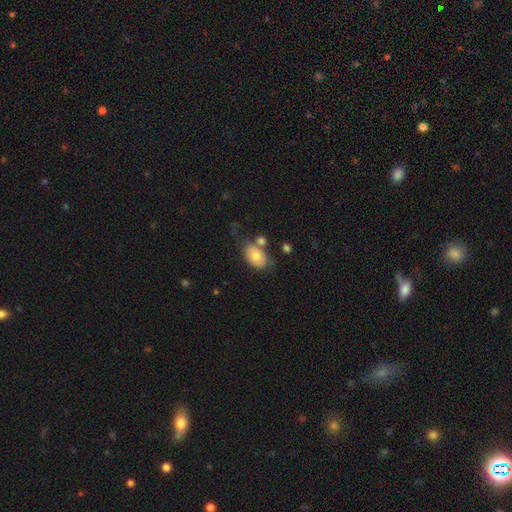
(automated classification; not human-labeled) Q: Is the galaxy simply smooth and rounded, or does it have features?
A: smooth — 73%.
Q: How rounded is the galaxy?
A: in between — 86%.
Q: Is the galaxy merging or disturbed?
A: none — 54%.